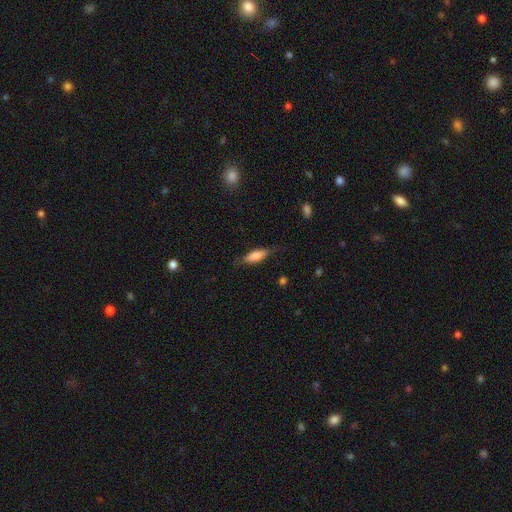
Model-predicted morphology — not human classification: Overall: smooth (73%). How rounded: in between (60%; cigar-shaped 38%). Merging: none (73%).